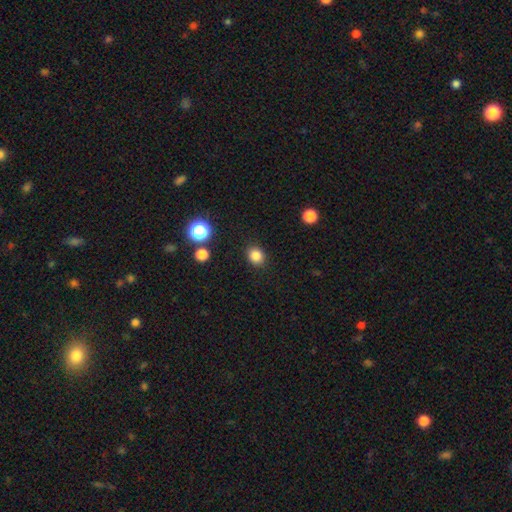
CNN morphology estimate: This appears to be a smooth galaxy with no disk features (84%) that is round (69%). Merging: none (89%).